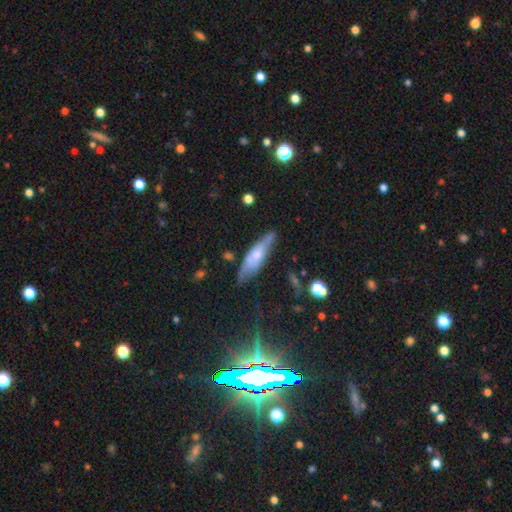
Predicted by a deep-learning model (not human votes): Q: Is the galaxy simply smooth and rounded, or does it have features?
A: smooth — 53%.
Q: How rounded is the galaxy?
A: cigar-shaped — 60%.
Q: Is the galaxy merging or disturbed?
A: none — 67%.